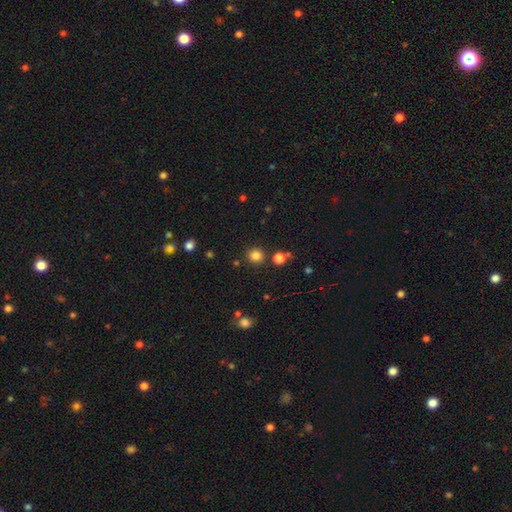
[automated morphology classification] This is clearly a smooth galaxy (82%). How rounded: clearly round (91%). Merging: clearly none (87%).